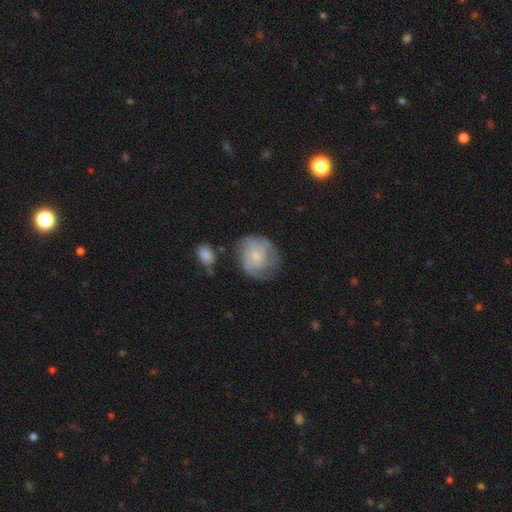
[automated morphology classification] smooth-or-featured: featured or disk: 61% | smooth: 33% | star or artifact: 7%
  disk-edge-on: no: 98% | yes: 2%
    bar: no: 68% | weak: 29% | strong: 3%
    has-spiral-arms: yes: 82% | no: 18%
    bulge-size: small: 59% | moderate: 28% | none: 10% | large: 3% | dominant: 1%
  merging: none: 58% | minor disturbance: 24% | major disturbance: 14% | merger: 4%